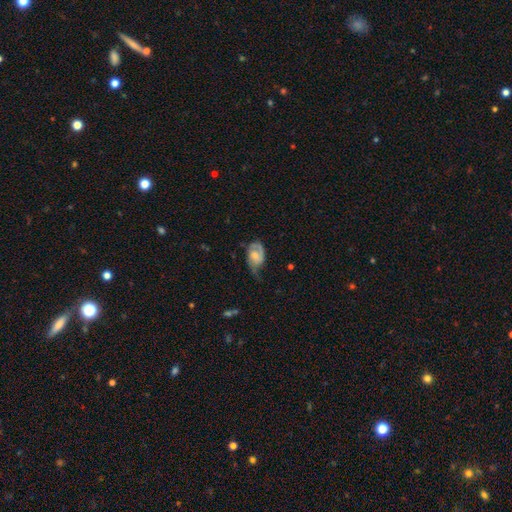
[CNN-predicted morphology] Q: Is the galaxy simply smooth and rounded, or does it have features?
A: featured or disk — 64%.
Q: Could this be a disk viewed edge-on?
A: no — 96%.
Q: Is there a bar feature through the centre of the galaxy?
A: no — 63%.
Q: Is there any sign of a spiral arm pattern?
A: yes — 86%.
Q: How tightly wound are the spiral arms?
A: medium — 41%.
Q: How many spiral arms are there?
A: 2 — 60%.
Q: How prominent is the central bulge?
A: moderate — 49%.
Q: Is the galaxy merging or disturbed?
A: none — 38%.